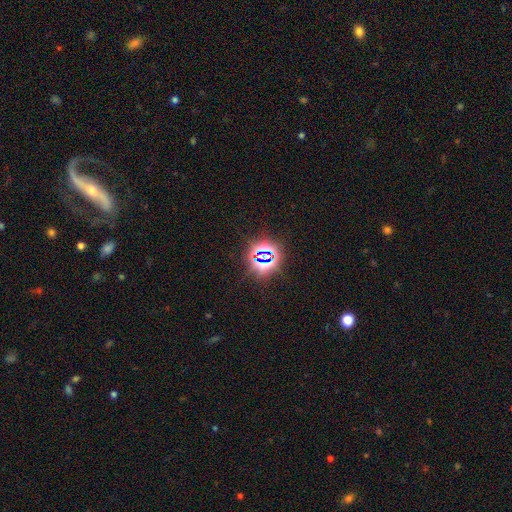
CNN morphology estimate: Smooth or featured? Predicted: star or artifact (p=0.79).